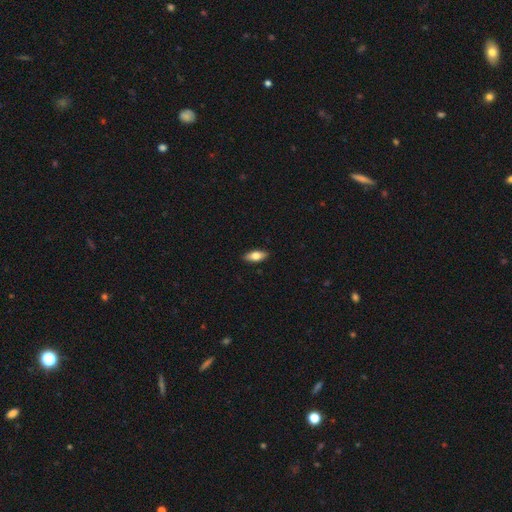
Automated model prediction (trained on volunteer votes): Smooth or featured? smooth (74%)
How rounded? in between (82%)
Merging? none (90%)